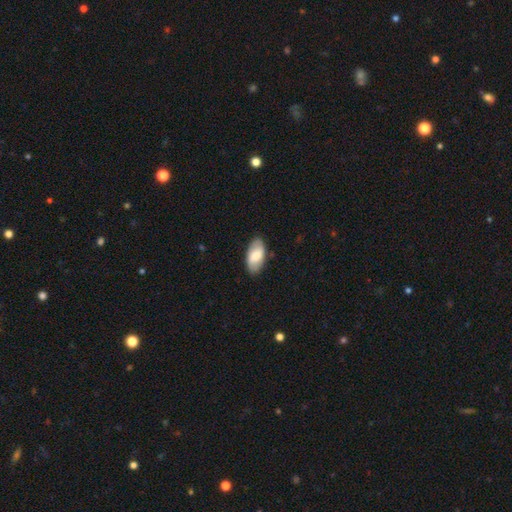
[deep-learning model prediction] Morphology: type=smooth (70%); roundness=in between (94%); merging=none (85%).